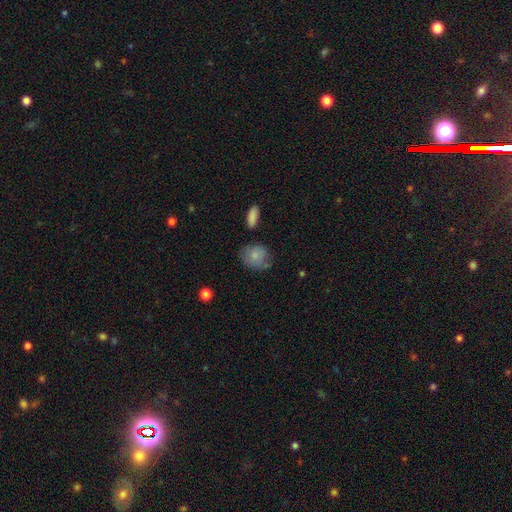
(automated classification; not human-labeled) Smooth or featured? smooth (79%)
How rounded? round (62%)
Merging? none (61%)